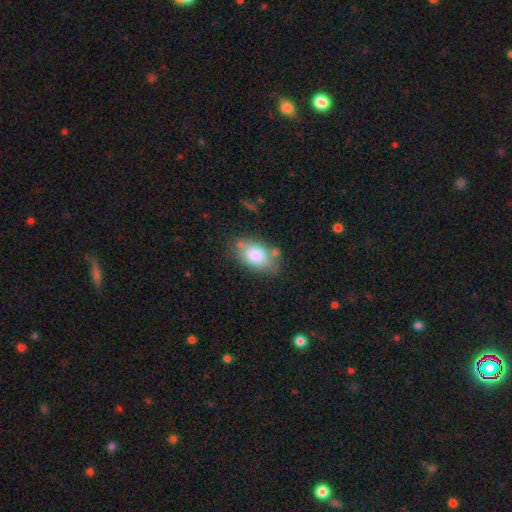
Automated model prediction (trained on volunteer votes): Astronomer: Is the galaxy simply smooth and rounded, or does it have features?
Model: smooth — 80%.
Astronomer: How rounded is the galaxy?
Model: in between — 86%.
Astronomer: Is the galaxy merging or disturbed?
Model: none — 67%.